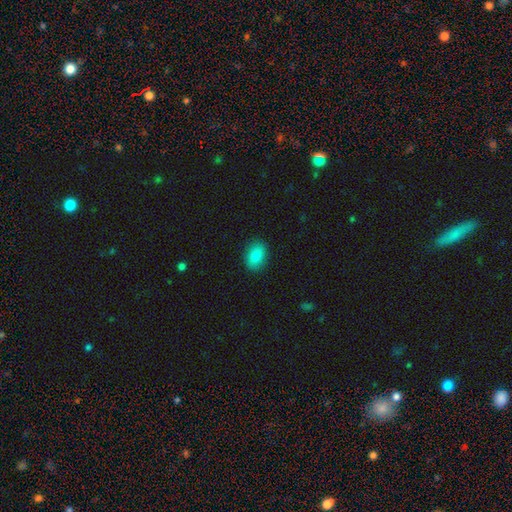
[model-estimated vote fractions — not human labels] This is clearly a smooth galaxy (86%). How rounded: clearly in between (85%). Merging: clearly none (87%).